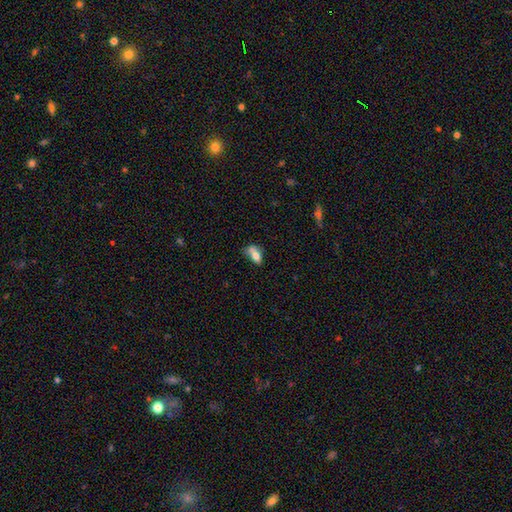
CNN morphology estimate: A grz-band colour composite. It shows a smooth galaxy with no disk features (70%) that is in between round and cigar-shaped (79%). Merging: merger (39%).